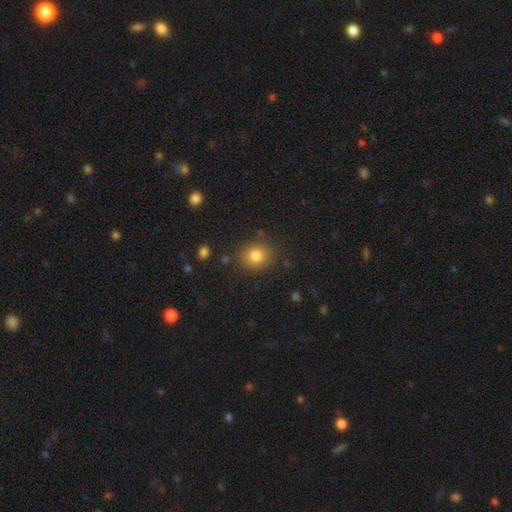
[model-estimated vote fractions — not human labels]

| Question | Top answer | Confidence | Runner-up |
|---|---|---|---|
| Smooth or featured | smooth | 81% | star or artifact (12%) |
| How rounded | round | 70% | in between (30%) |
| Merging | none | 84% | minor disturbance (10%) |